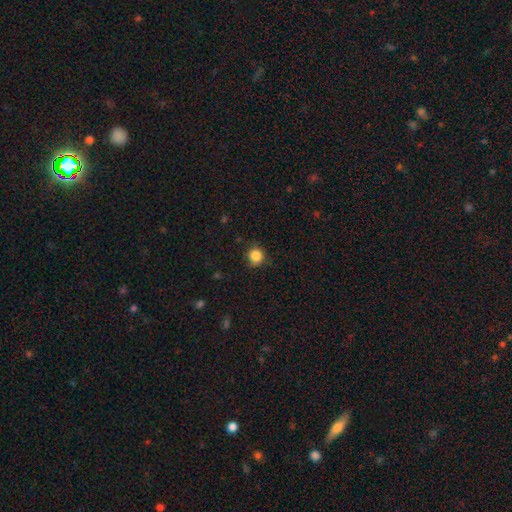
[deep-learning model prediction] smooth 85%, star or artifact 11%, featured or disk 4%. Down the decision tree: how rounded — round (90%); merging — none (81%).